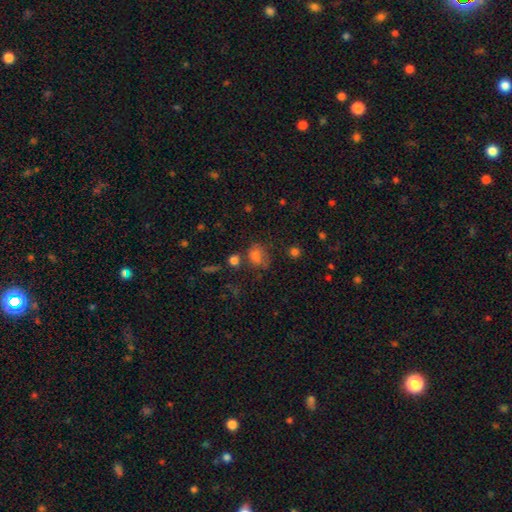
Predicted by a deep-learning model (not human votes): The model was most divided on "how rounded": round: 52%, in between: 47%, cigar-shaped: 1%. Remaining: smooth or featured — smooth (71%); merging — none (49%).